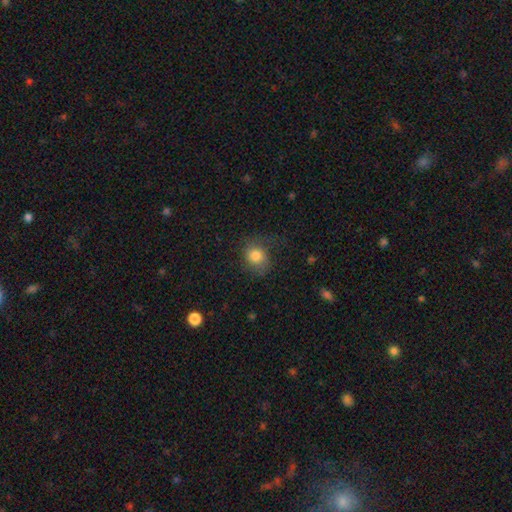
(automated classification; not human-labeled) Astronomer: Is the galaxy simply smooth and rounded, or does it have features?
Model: smooth — 78%.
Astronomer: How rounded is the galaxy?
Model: round — 69%.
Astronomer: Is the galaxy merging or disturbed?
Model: none — 59%.